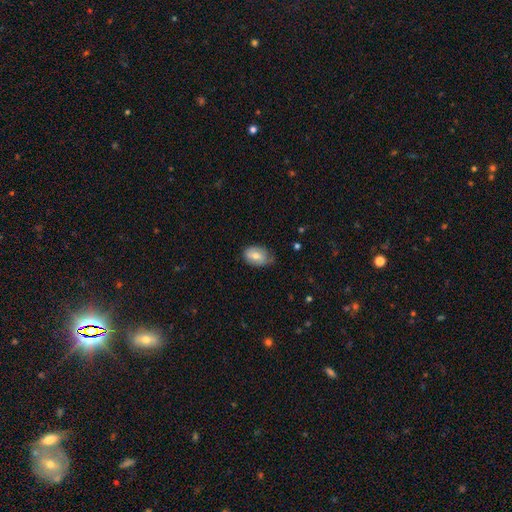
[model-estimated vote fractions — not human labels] This is likely a smooth galaxy (72%). How rounded: clearly in between (82%). Merging: possibly none (60%).